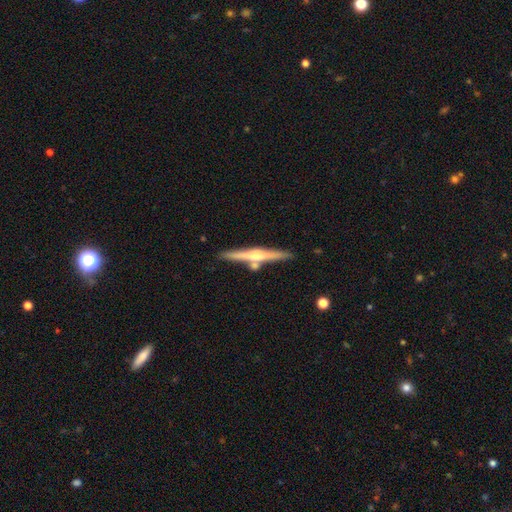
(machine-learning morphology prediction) featured or disk 67%, smooth 28%, star or artifact 6%. Down the decision tree: edge-on disk — yes (97%); edge-on bulge — rounded (82%); merging — none (79%).